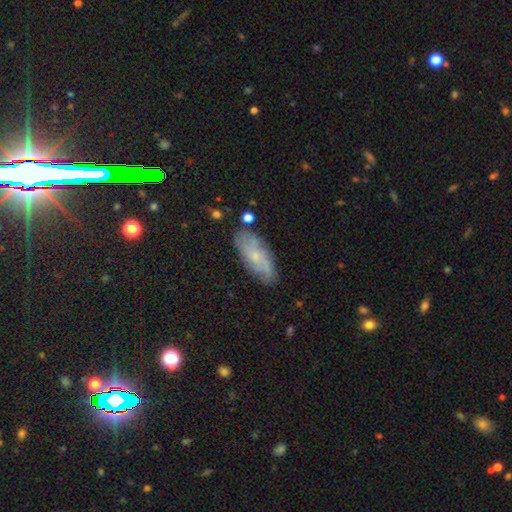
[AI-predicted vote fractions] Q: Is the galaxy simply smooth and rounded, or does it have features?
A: featured or disk — 45%.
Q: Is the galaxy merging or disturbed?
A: none — 77%.